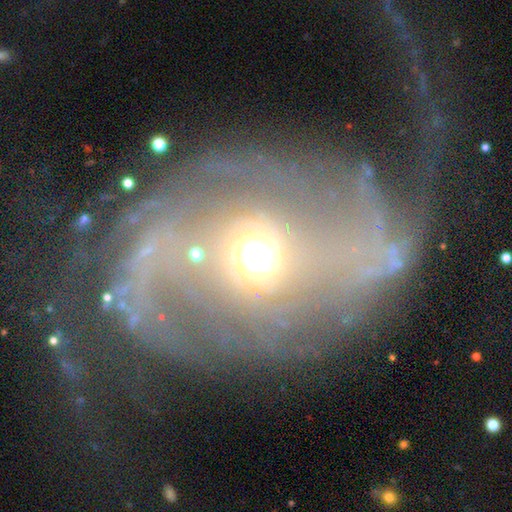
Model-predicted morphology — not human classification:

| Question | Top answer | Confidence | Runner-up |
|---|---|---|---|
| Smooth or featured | featured or disk | 81% | smooth (10%) |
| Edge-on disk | no | 96% | yes (4%) |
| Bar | no | 64% | weak (25%) |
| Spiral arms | yes | 80% | no (20%) |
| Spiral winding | loose | 42% | medium (36%) |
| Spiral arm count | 2 | 46% | can't tell (19%) |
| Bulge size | moderate | 62% | small (18%) |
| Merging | none | 42% | major disturbance (34%) |